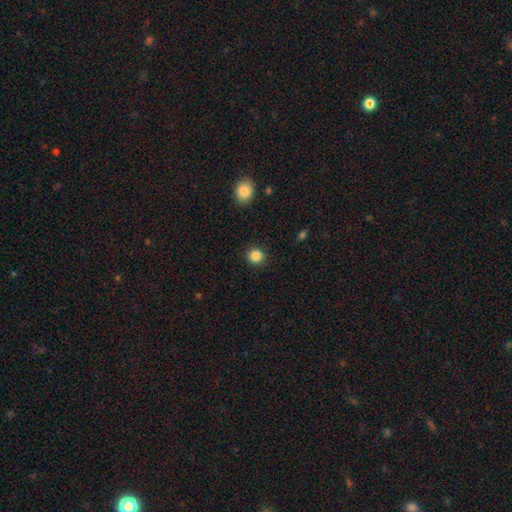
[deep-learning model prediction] smooth 86%, star or artifact 11%, featured or disk 4%. Down the decision tree: how rounded — round (92%); merging — none (91%).